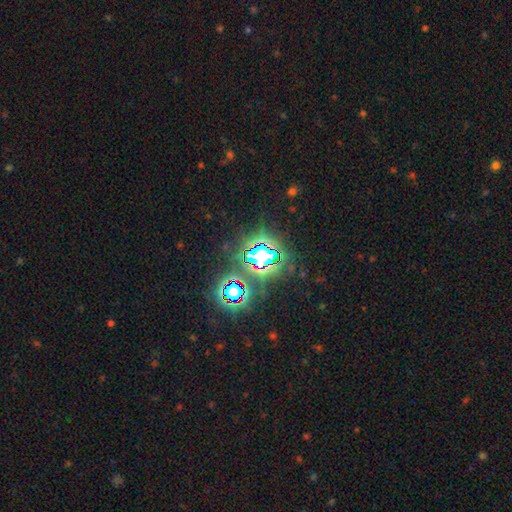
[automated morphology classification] type=star or artifact (81%).